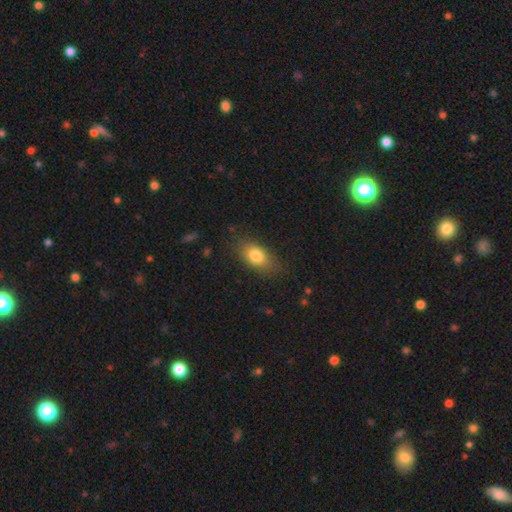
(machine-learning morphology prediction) The model was most divided on "merging": none: 78%, minor disturbance: 16%, major disturbance: 5%, merger: 1%. More confident: how rounded — in between (84%); smooth or featured — smooth (80%).